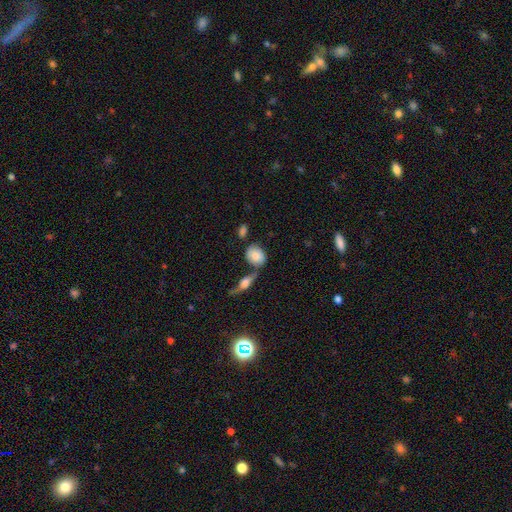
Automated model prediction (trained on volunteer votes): Smooth or featured?
  - smooth: 78% *
  - featured or disk: 14%
  - star or artifact: 7%
How rounded?
  - in between: 57% *
  - round: 40%
  - cigar-shaped: 2%
Merging?
  - none: 52% *
  - merger: 21%
  - minor disturbance: 19%
  - major disturbance: 8%